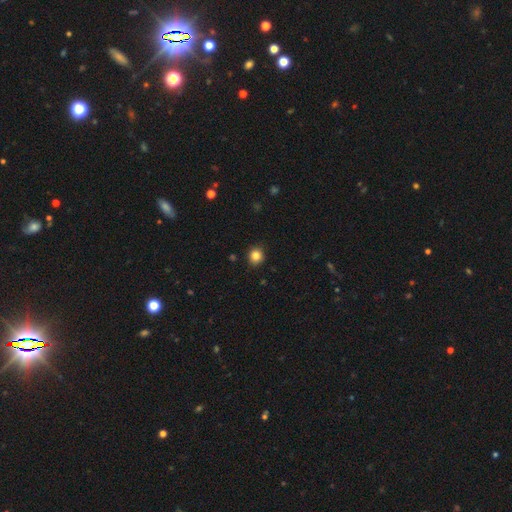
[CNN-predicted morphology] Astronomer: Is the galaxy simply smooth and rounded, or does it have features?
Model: smooth — 84%.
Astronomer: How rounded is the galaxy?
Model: round — 89%.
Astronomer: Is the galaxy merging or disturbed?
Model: none — 90%.